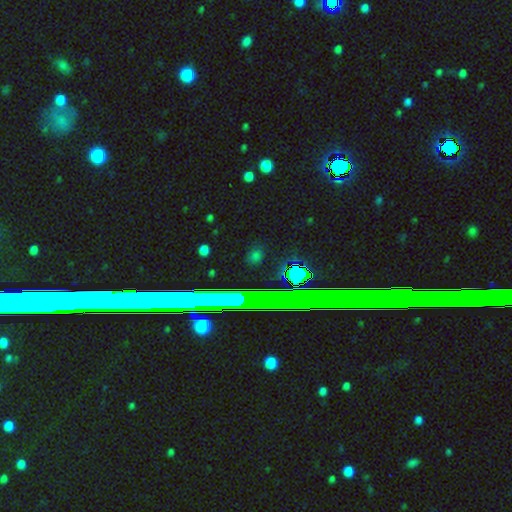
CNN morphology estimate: Smooth or featured?
  - star or artifact: 63% *
  - smooth: 24%
  - featured or disk: 13%